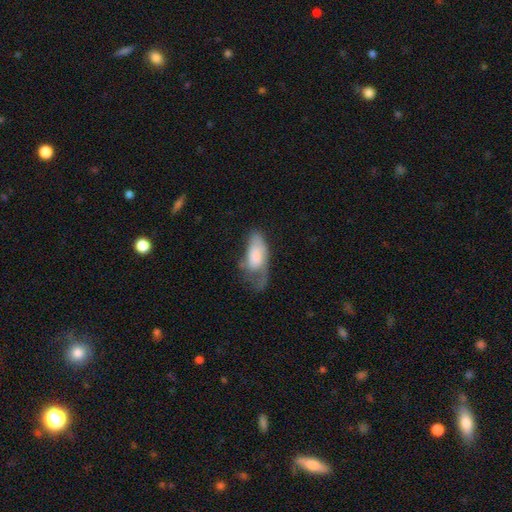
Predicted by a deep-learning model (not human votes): Overall: smooth (63%; featured or disk 31%). How rounded: in between (90%). Merging: major disturbance (48%; minor disturbance 28%).